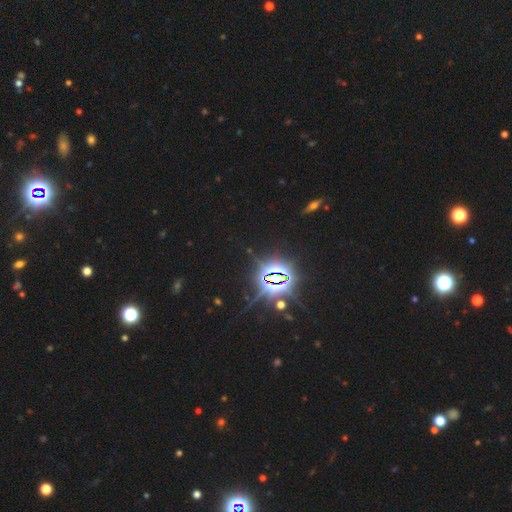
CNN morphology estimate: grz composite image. It shows a star or artifact, not a galaxy (85%).